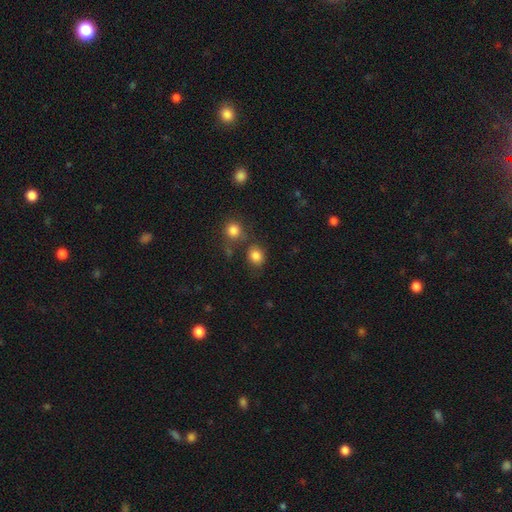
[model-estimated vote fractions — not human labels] smooth 84%, star or artifact 11%, featured or disk 5%. Down the decision tree: how rounded — round (68%); merging — none (71%).